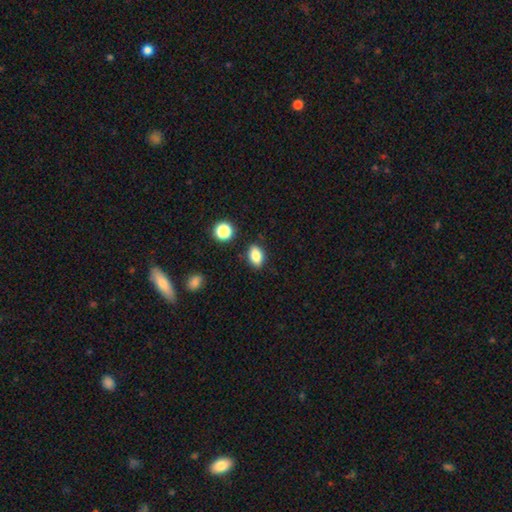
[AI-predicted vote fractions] Q: Smooth or featured?
A: smooth (82%); runner-up: star or artifact (10%)
Q: How rounded?
A: in between (82%); runner-up: round (14%)
Q: Merging?
A: none (85%); runner-up: minor disturbance (10%)